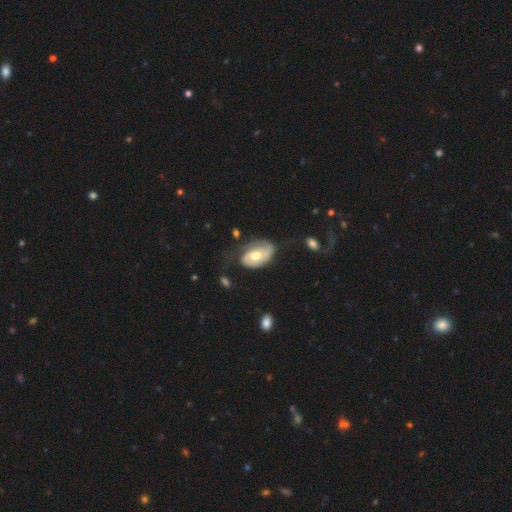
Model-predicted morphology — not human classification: smooth-or-featured: featured or disk: 72% | smooth: 23% | star or artifact: 5%
  disk-edge-on: no: 96% | yes: 4%
    bar: no: 57% | weak: 34% | strong: 9%
    has-spiral-arms: yes: 86% | no: 14%
      spiral-winding: tight: 46% | medium: 36% | loose: 18%
      spiral-arm-count: 2: 63% | 1: 17% | can't tell: 16% | 3: 2% | 4: 1% | more than 4: 1%
    bulge-size: moderate: 72% | small: 13% | large: 13% | none: 1% | dominant: 1%
  merging: none: 54% | minor disturbance: 27% | major disturbance: 16% | merger: 2%